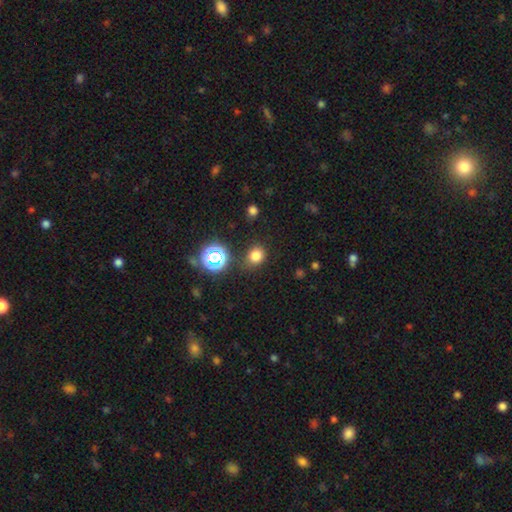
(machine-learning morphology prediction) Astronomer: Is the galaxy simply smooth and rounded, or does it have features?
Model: smooth — 74%.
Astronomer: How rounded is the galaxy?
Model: round — 70%.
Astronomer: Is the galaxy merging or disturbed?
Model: none — 78%.